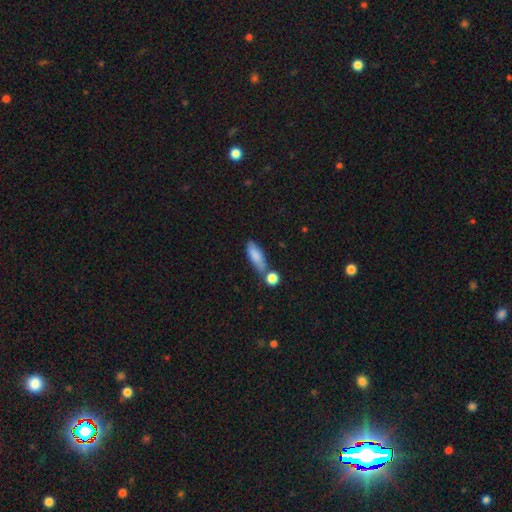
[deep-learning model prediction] Smooth or featured: smooth — 82% (featured or disk — 11%)
How rounded: in between — 63% (cigar-shaped — 34%)
Merging: none — 54% (merger — 23%)